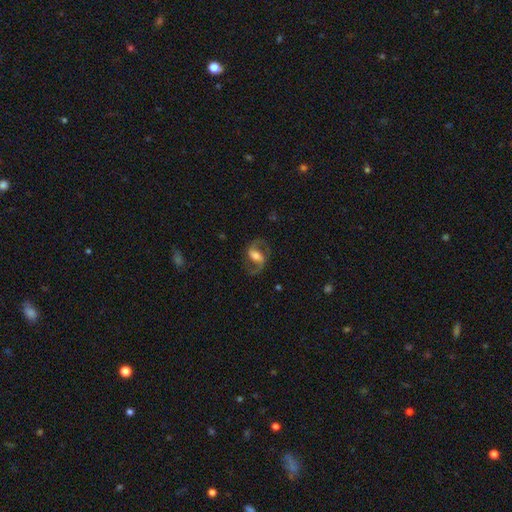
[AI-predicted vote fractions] Smooth or featured?
  - featured or disk: 80% *
  - smooth: 14%
  - star or artifact: 6%
Edge-on disk?
  - no: 96% *
  - yes: 4%
Bar?
  - weak: 43% *
  - strong: 37%
  - no: 20%
Spiral arms?
  - yes: 93% *
  - no: 7%
Spiral winding?
  - medium: 51% *
  - loose: 38%
  - tight: 11%
Spiral arm count?
  - 2: 91% *
  - can't tell: 3%
  - 1: 3%
  - 3: 1%
  - 4: 1%
  - more than 4: 1%
Bulge size?
  - moderate: 46% *
  - large: 29%
  - small: 16%
  - none: 6%
  - dominant: 3%
Merging?
  - none: 74% *
  - minor disturbance: 14%
  - major disturbance: 10%
  - merger: 1%